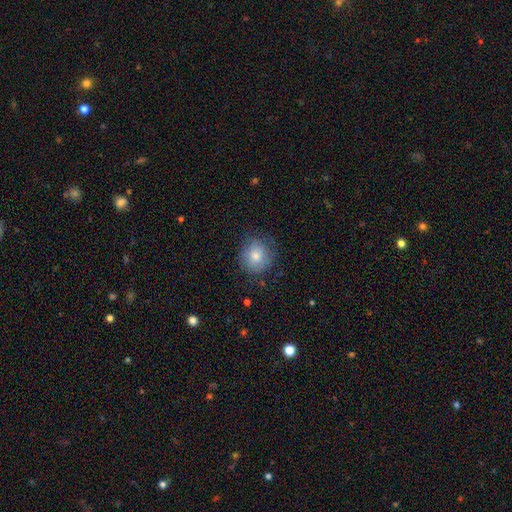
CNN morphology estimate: smooth_or_featured: smooth (p=0.73) [alt: featured or disk p=0.17]
how_rounded: round (p=0.79) [alt: in between p=0.20]
merging: none (p=0.75) [alt: minor disturbance p=0.18]